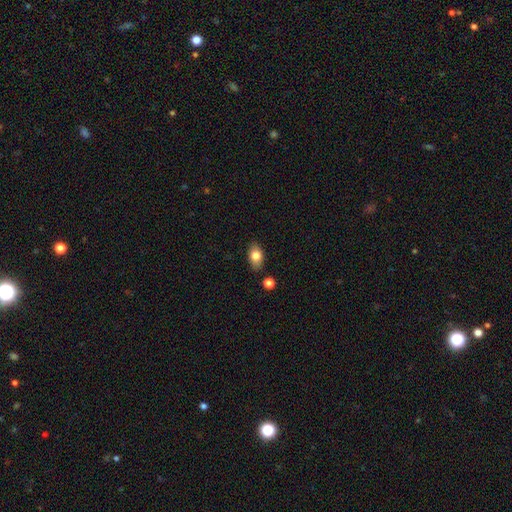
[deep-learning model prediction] A smooth galaxy with no disk features (79%) that is in between round and cigar-shaped (87%).

Vote fractions:
- Smooth or featured? smooth: 79% / featured or disk: 13% / star or artifact: 8%
- How rounded? in between: 87% / round: 10% / cigar-shaped: 3%
- Merging? none: 82% / minor disturbance: 12% / merger: 3% / major disturbance: 3%